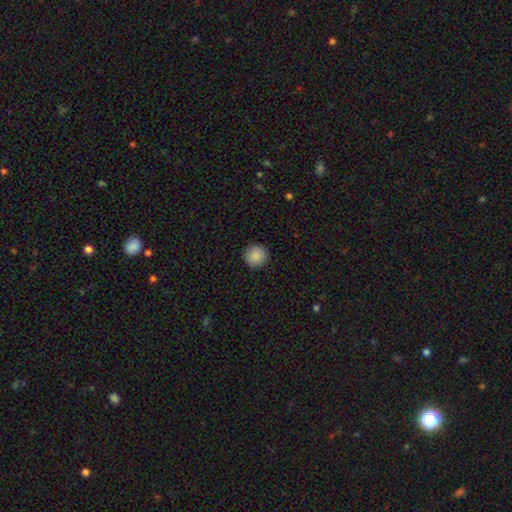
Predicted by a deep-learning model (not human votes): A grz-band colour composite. It shows a smooth galaxy with no disk features (89%) that is round (94%). Merging: none (91%).